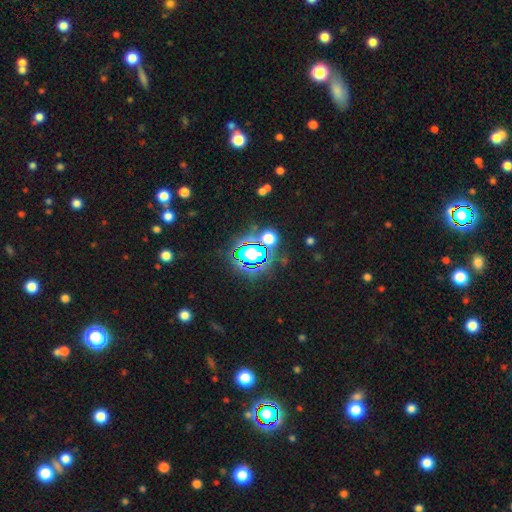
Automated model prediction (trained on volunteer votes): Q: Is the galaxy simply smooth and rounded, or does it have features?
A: star or artifact — 75%.